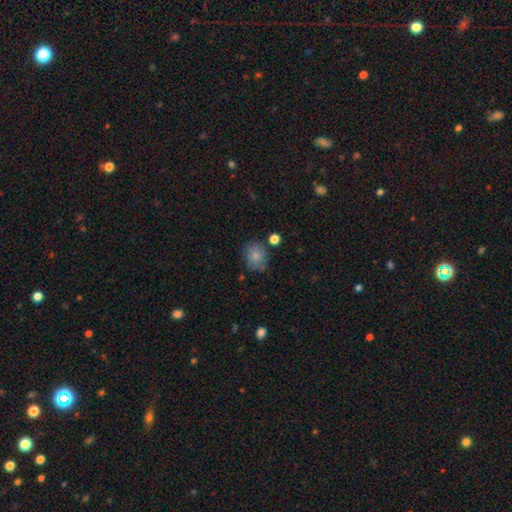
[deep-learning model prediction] Morphology: type=smooth (82%); roundness=round (60%); merging=none (74%).